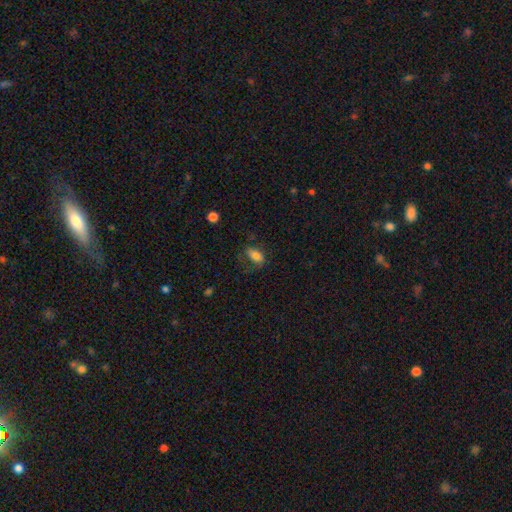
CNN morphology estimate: This is likely a smooth galaxy (77%). How rounded: clearly in between (89%). Merging: possibly none (53%).